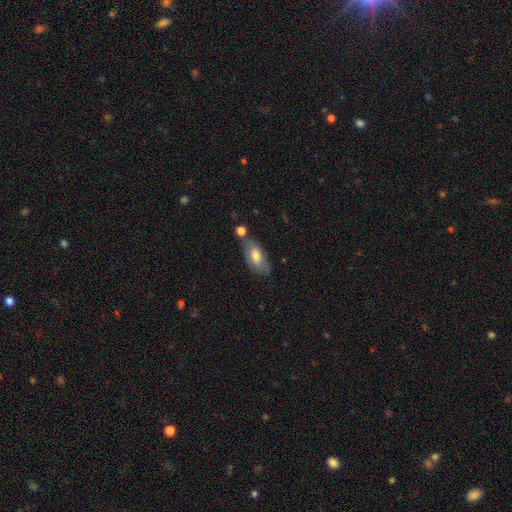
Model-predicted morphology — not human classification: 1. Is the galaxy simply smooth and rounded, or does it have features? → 67% smooth, 26% featured or disk, 7% star or artifact.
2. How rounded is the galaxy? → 86% in between, 11% cigar-shaped, 4% round.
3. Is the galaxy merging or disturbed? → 54% none, 22% minor disturbance, 17% merger, 7% major disturbance.